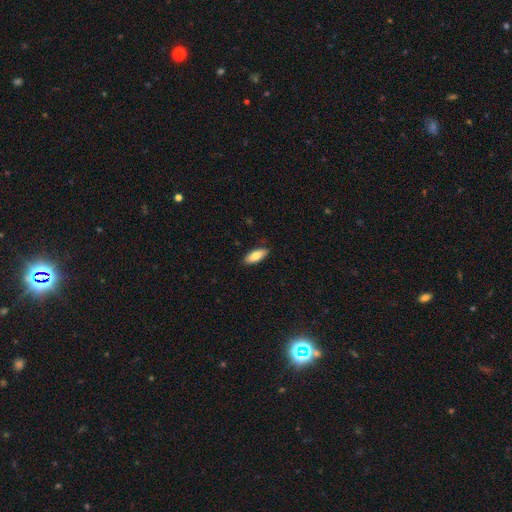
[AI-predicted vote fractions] smooth-or-featured: smooth: 81% | featured or disk: 13% | star or artifact: 6%
  how-rounded: in between: 77% | cigar-shaped: 21% | round: 2%
  merging: none: 88% | minor disturbance: 10% | major disturbance: 2% | merger: 1%